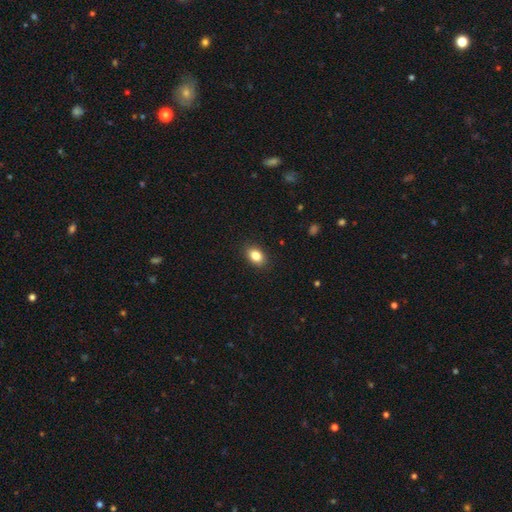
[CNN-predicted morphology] The model was most divided on "how rounded": in between: 80%, round: 19%, cigar-shaped: 1%. More confident: merging — none (89%); smooth or featured — smooth (84%).